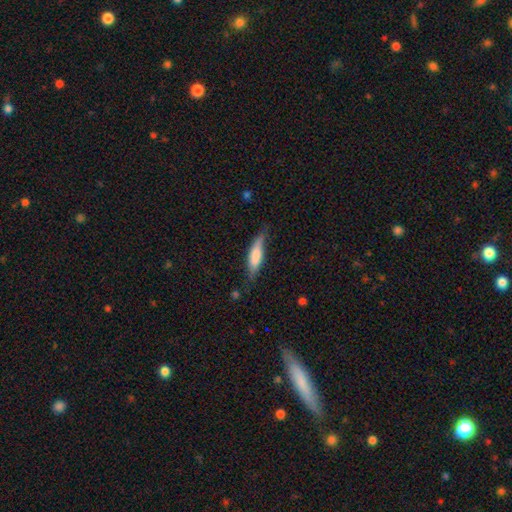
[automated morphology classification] Smooth or featured? smooth (71%)
How rounded? cigar-shaped (65%)
Merging? none (63%)